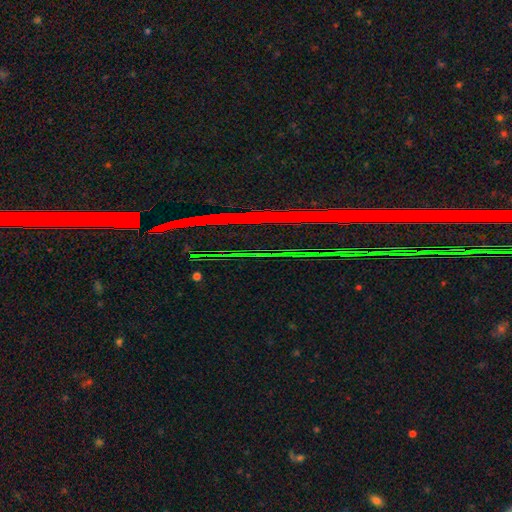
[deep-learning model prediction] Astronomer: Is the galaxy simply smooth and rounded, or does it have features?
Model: star or artifact — 85%.